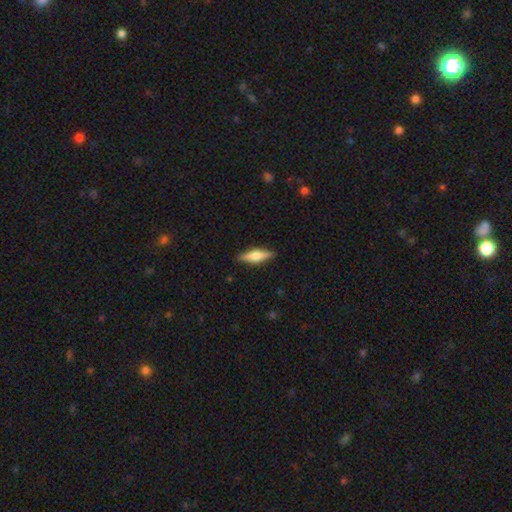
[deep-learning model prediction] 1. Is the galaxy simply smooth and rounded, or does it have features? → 52% smooth, 41% featured or disk, 6% star or artifact.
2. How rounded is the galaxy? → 59% cigar-shaped, 38% in between, 2% round.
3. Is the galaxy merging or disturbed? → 88% none, 9% minor disturbance, 2% major disturbance, 1% merger.